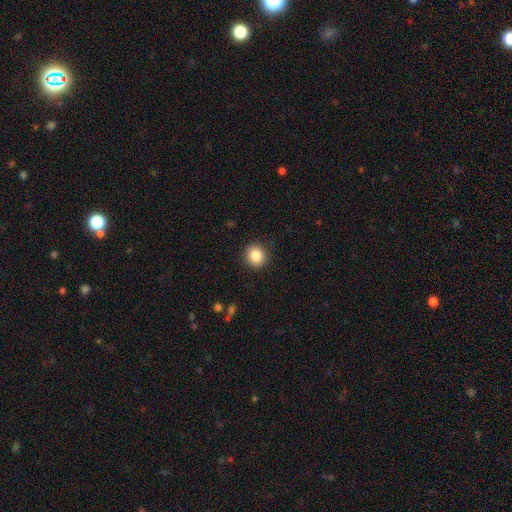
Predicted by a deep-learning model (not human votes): Smooth or featured: smooth — 86% (star or artifact — 9%)
How rounded: round — 86% (in between — 13%)
Merging: none — 90% (minor disturbance — 7%)